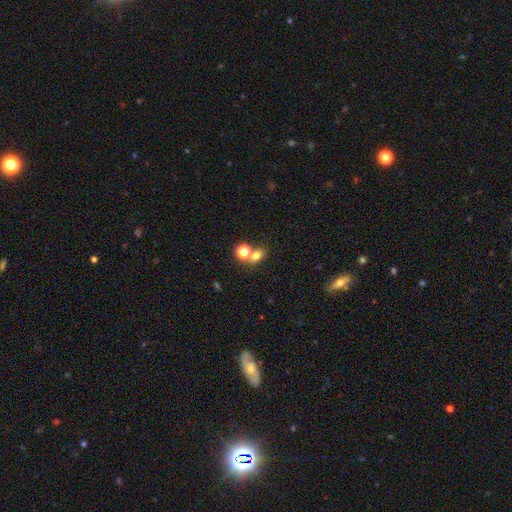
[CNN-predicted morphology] A smooth galaxy with no disk features (73%) that is in between round and cigar-shaped (60%).

Vote fractions:
- Smooth or featured? smooth: 73% / star or artifact: 16% / featured or disk: 11%
- How rounded? in between: 60% / round: 38% / cigar-shaped: 2%
- Merging? none: 48% / merger: 40% / minor disturbance: 9% / major disturbance: 4%